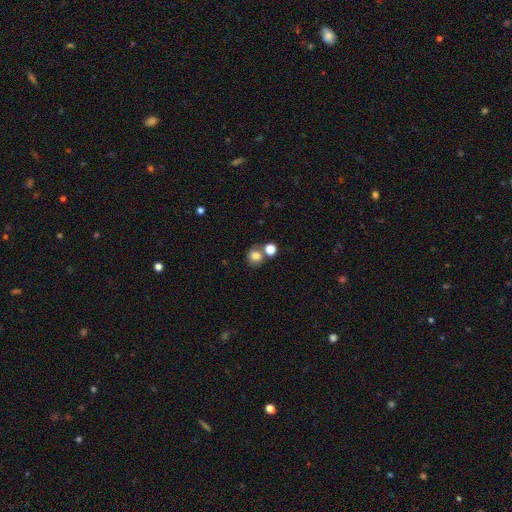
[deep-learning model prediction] Morphology: type=smooth (80%); roundness=round (80%); merging=none (57%).